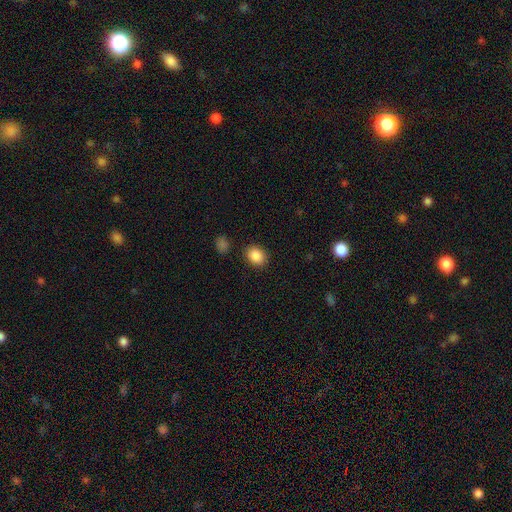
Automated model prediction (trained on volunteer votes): smooth_or_featured: smooth (p=0.88) [alt: star or artifact p=0.09]
how_rounded: in between (p=0.51) [alt: round p=0.48]
merging: none (p=0.86) [alt: minor disturbance p=0.09]